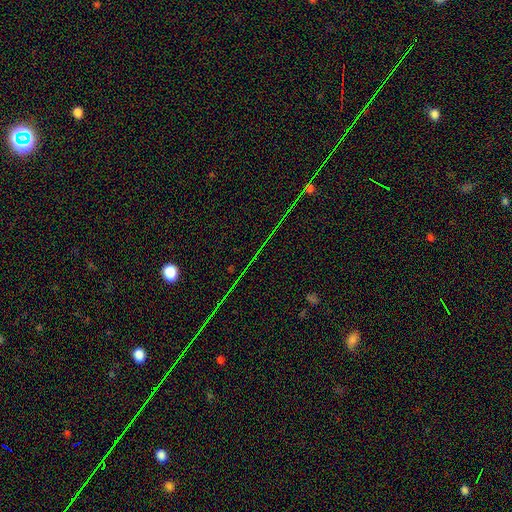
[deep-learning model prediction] This is likely a star or artifact rather than a galaxy (79%).